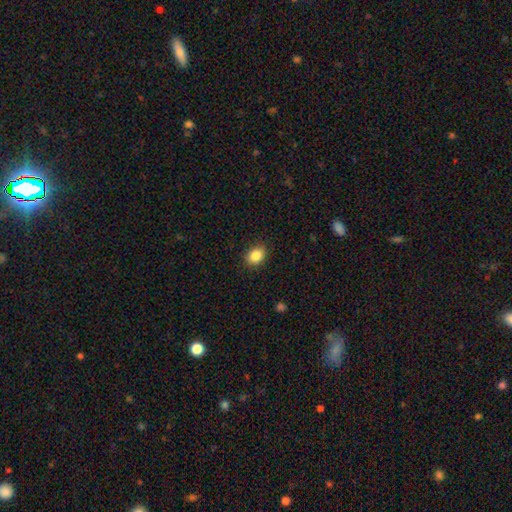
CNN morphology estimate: smooth-or-featured: smooth: 87% | star or artifact: 9% | featured or disk: 5%
  how-rounded: in between: 63% | round: 36% | cigar-shaped: 1%
  merging: none: 88% | minor disturbance: 9% | major disturbance: 2% | merger: 1%